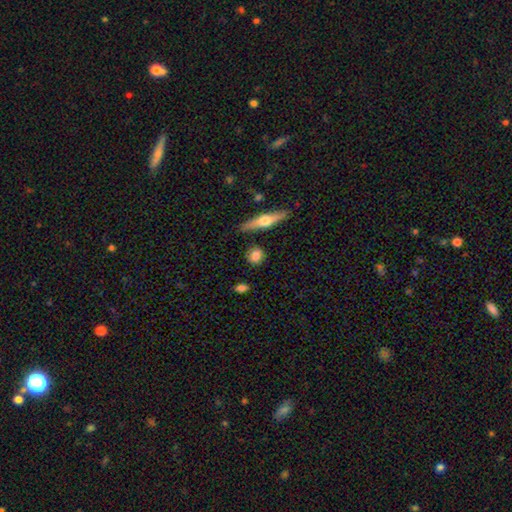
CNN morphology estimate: A smooth galaxy with no disk features (72%) that is round (59%).

Vote fractions:
- Smooth or featured? smooth: 72% / featured or disk: 20% / star or artifact: 8%
- How rounded? round: 59% / in between: 31% / cigar-shaped: 9%
- Merging? none: 81% / minor disturbance: 12% / merger: 4% / major disturbance: 3%